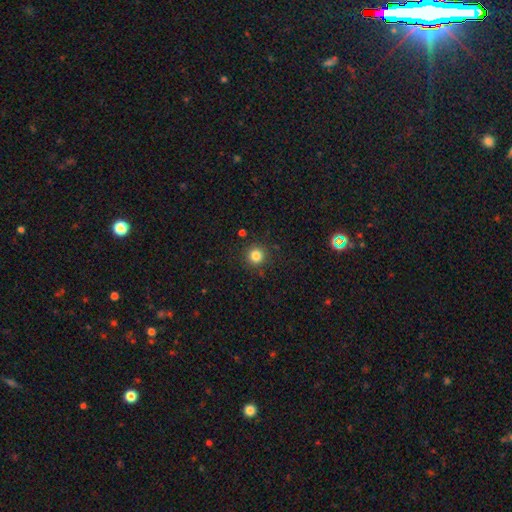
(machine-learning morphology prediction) Q: Smooth or featured?
A: smooth (83%); runner-up: star or artifact (12%)
Q: How rounded?
A: round (94%); runner-up: in between (5%)
Q: Merging?
A: none (89%); runner-up: minor disturbance (7%)